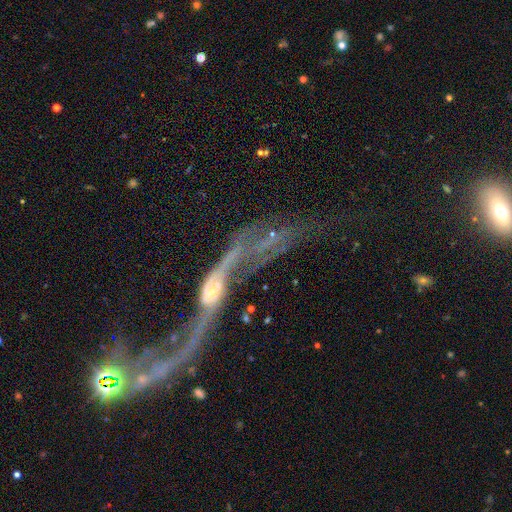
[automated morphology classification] A featured or disk galaxy (83%) with no bar (53%), 2 (86%) loose (93%) spiral arms (83%) and a small central bulge (55%). Merging: major disturbance (33%).